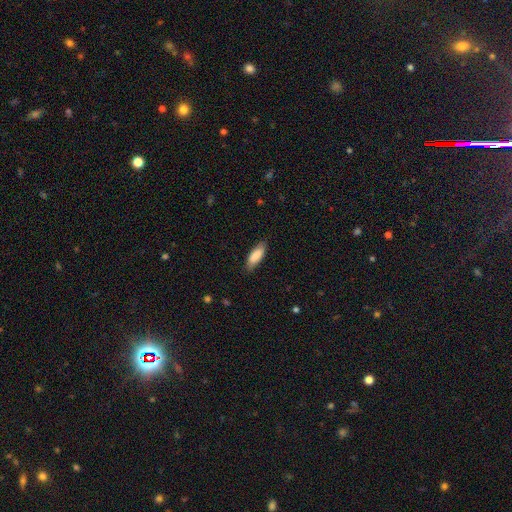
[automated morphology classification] smooth_or_featured: smooth (p=0.86) [alt: featured or disk p=0.08]
how_rounded: in between (p=0.65) [alt: cigar-shaped p=0.34]
merging: none (p=0.83) [alt: minor disturbance p=0.13]